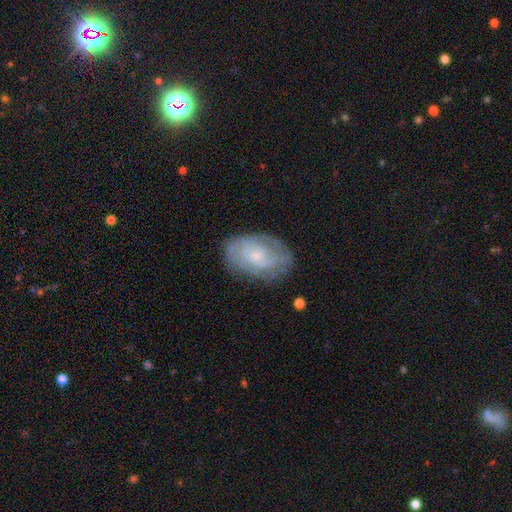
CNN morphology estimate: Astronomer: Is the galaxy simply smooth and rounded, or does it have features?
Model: featured or disk — 74%.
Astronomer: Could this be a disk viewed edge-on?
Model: no — 97%.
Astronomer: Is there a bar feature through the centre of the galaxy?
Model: no — 68%.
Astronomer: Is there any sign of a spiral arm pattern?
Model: yes — 89%.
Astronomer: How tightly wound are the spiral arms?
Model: tight — 56% (runner-up: medium, 34%).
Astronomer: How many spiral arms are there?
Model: can't tell — 40% (runner-up: 2, 34%).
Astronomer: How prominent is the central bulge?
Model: small — 72%.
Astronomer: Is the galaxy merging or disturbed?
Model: none — 74%.